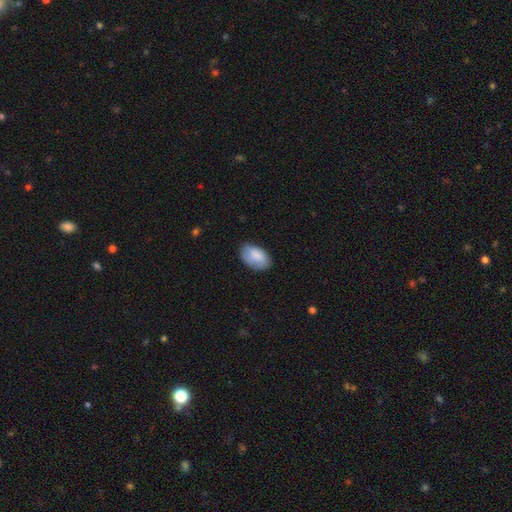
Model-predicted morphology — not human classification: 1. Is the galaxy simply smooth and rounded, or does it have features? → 83% smooth, 10% featured or disk, 6% star or artifact.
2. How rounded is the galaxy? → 92% in between, 6% round, 1% cigar-shaped.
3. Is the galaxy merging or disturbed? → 70% none, 24% minor disturbance, 5% major disturbance, 1% merger.